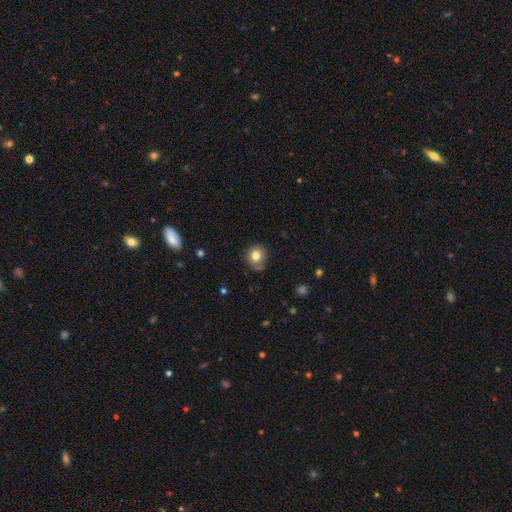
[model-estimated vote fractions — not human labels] Morphology: type=smooth (79%); roundness=round (82%); merging=none (76%).